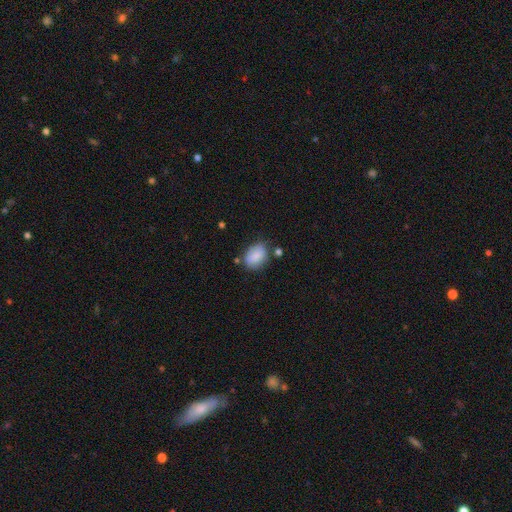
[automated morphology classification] Smooth or featured? smooth (80%)
How rounded? in between (74%)
Merging? none (63%)